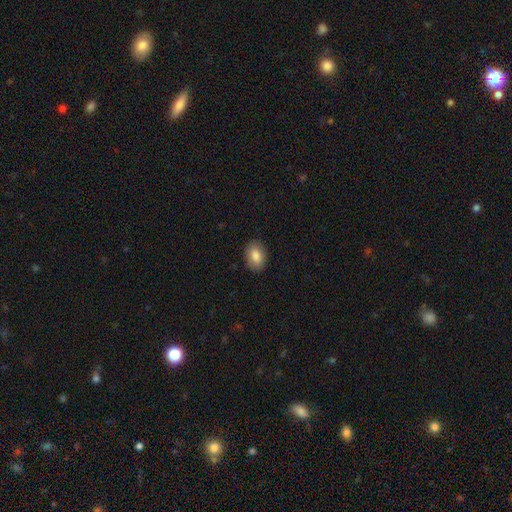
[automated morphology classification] Overall: smooth (85%). How rounded: in between (83%). Merging: none (89%).